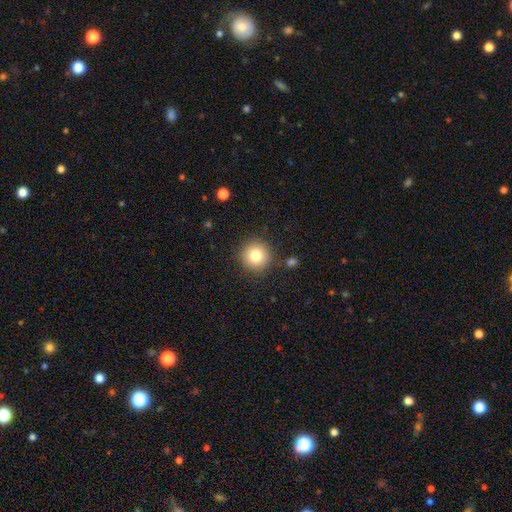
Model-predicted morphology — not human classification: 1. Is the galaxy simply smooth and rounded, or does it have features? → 81% smooth, 10% star or artifact, 8% featured or disk.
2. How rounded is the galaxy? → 95% round, 4% in between, 1% cigar-shaped.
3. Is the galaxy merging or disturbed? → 88% none, 7% minor disturbance, 3% major disturbance, 2% merger.